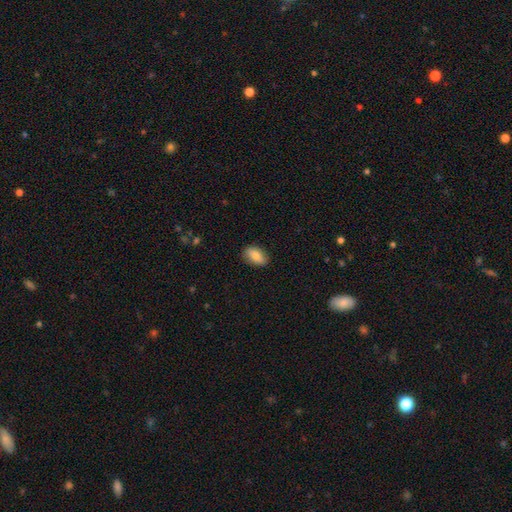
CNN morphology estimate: Q: Smooth or featured?
A: smooth (82%); runner-up: featured or disk (11%)
Q: How rounded?
A: in between (90%); runner-up: round (7%)
Q: Merging?
A: none (85%); runner-up: minor disturbance (12%)